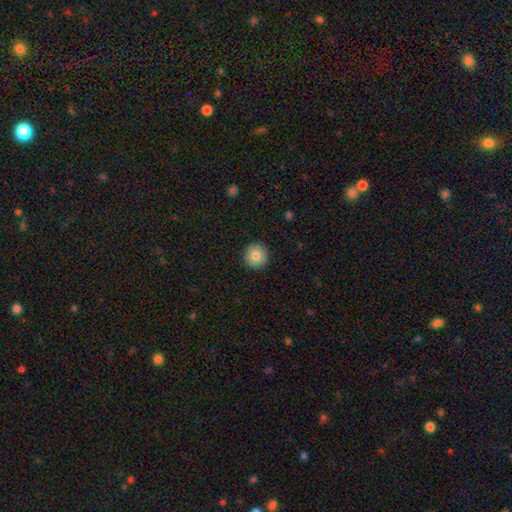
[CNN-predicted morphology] smooth_or_featured: smooth (p=0.80) [alt: featured or disk p=0.12]
how_rounded: round (p=0.95) [alt: in between p=0.04]
merging: none (p=0.91) [alt: minor disturbance p=0.06]